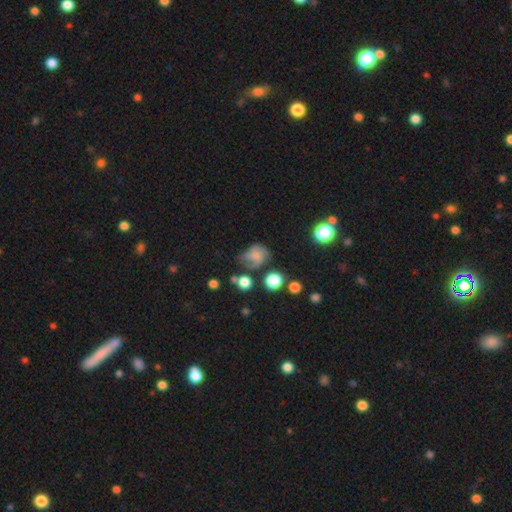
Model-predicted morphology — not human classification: This appears to be a smooth galaxy with no disk features (50%). Merging: none (35%).